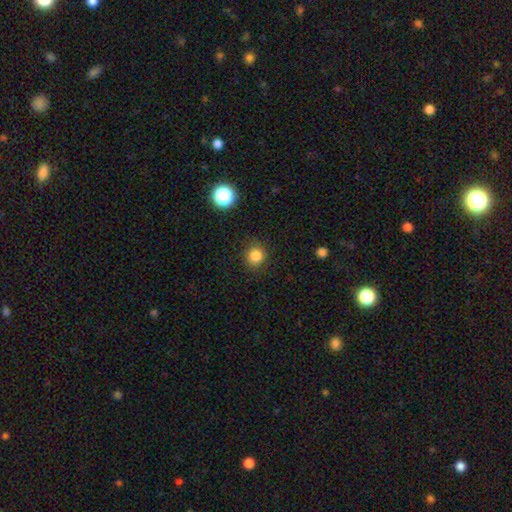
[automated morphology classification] type=smooth (83%); roundness=round (88%); merging=none (86%).